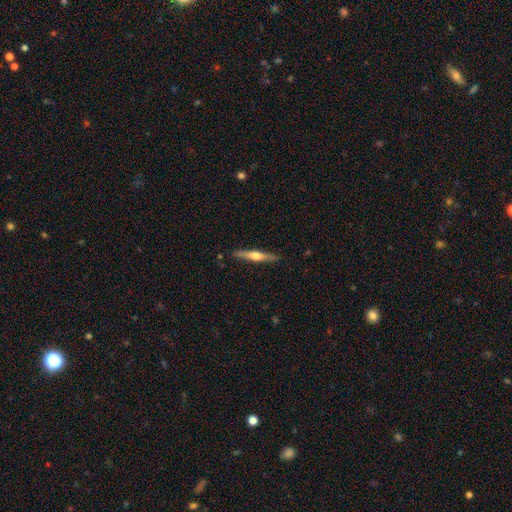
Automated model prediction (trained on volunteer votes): Morphology: type=featured or disk (63%); edge-on=yes (97%); edge-on bulge=rounded (89%); merging=none (88%).